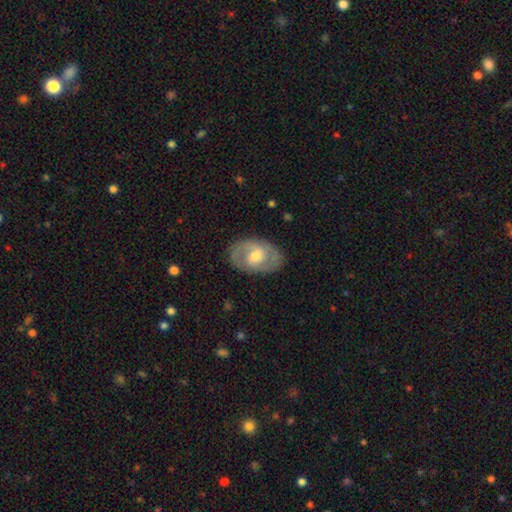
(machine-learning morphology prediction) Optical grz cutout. It shows a featured or disk galaxy (71%) with a weak bar (48%), 2 (81%) medium (48%) spiral arms (75%) and a moderate central bulge (63%). Merging: none (84%).